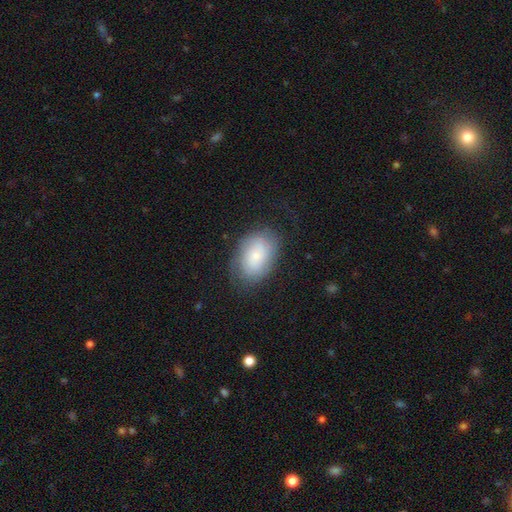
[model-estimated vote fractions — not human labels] Smooth or featured? smooth (62%)
How rounded? in between (84%)
Merging? none (70%)